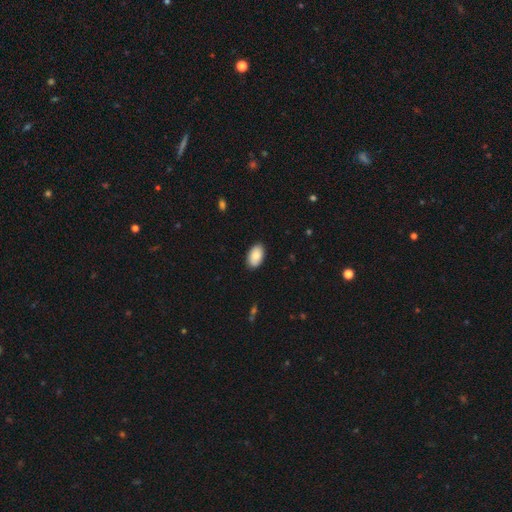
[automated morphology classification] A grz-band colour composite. It shows a smooth galaxy with no disk features (86%) that is in between round and cigar-shaped (94%). Merging: none (88%).